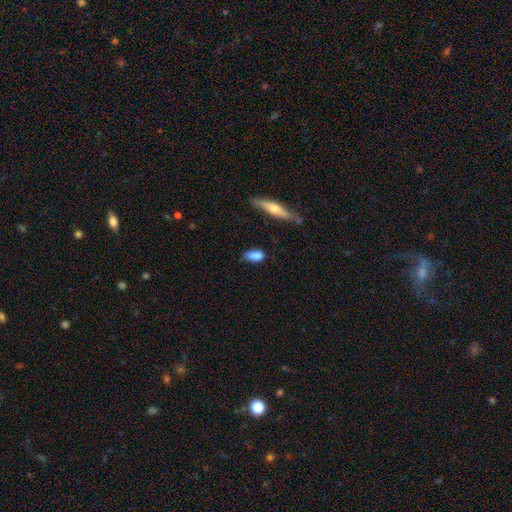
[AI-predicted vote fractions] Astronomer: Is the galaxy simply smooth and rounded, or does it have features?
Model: smooth — 82%.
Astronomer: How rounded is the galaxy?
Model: in between — 77%.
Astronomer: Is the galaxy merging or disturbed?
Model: none — 67%.